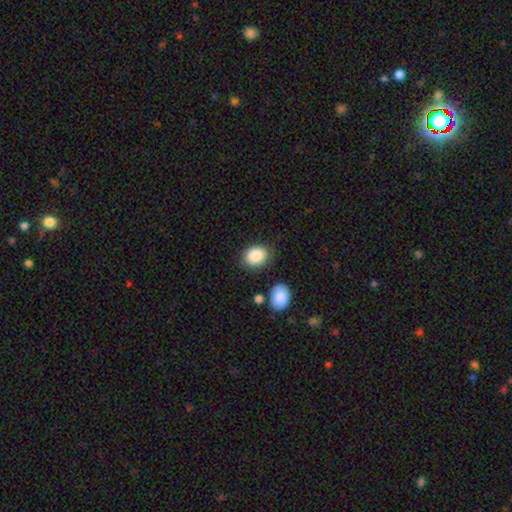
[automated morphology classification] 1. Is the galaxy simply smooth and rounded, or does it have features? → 88% smooth, 7% star or artifact, 5% featured or disk.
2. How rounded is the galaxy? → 62% in between, 37% round, 1% cigar-shaped.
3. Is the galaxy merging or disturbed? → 78% none, 14% minor disturbance, 4% major disturbance, 4% merger.